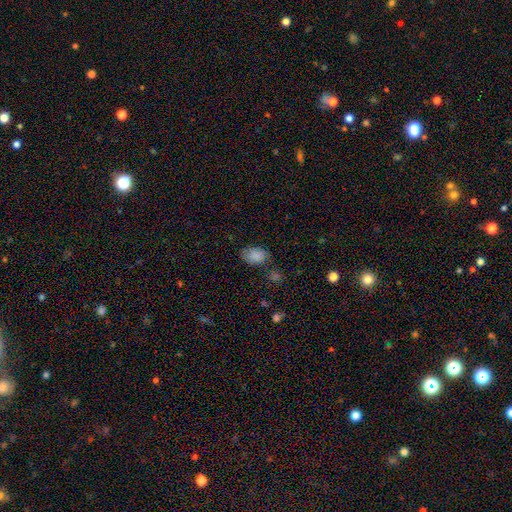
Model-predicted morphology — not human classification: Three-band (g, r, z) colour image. It shows a smooth galaxy with no disk features (84%) that is in between round and cigar-shaped (87%). Merging: none (64%).